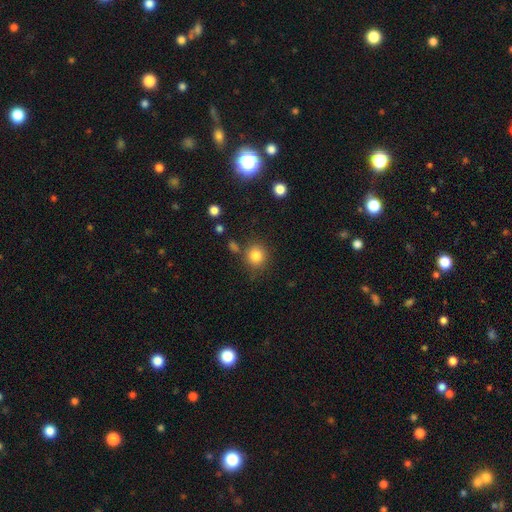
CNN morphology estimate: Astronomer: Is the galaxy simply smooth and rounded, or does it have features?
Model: smooth — 84%.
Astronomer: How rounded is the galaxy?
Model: round — 89%.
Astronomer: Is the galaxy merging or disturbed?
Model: none — 79%.